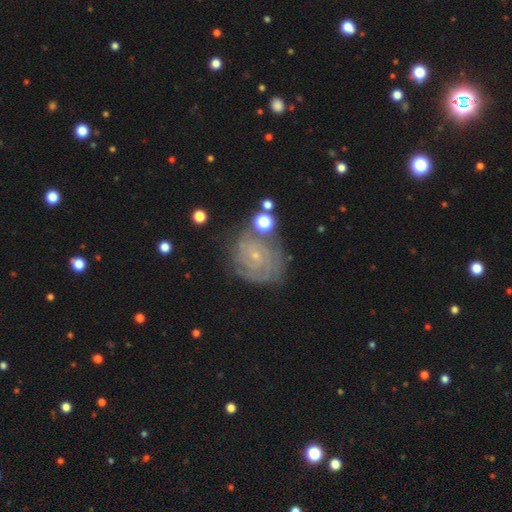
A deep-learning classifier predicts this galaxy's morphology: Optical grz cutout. It shows a featured or disk galaxy (77%) with no bar (70%), tight (77%) spiral arms (93%) and a small central bulge (84%). Merging: none (71%).